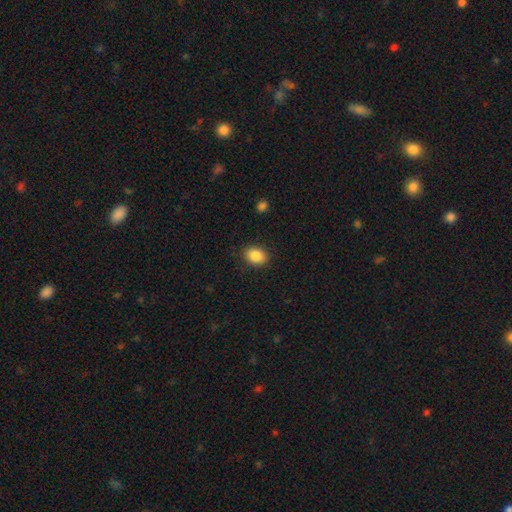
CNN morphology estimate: This appears to be a smooth galaxy with no disk features (87%) that is in between round and cigar-shaped (69%). Merging: none (88%).